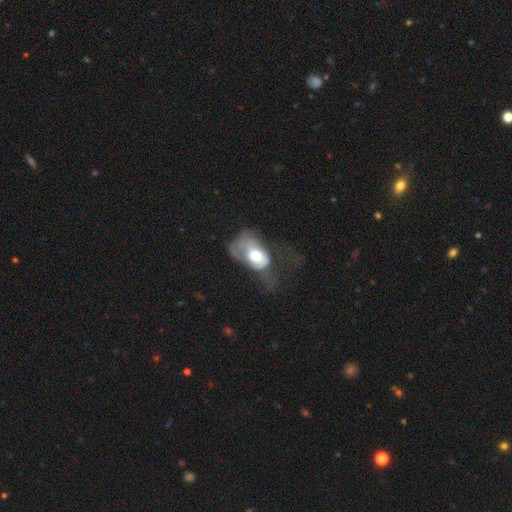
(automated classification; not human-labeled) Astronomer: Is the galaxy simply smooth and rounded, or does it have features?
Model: smooth — 51% (runner-up: featured or disk, 41%).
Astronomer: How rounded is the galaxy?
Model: in between — 83%.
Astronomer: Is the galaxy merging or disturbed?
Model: major disturbance — 59%.